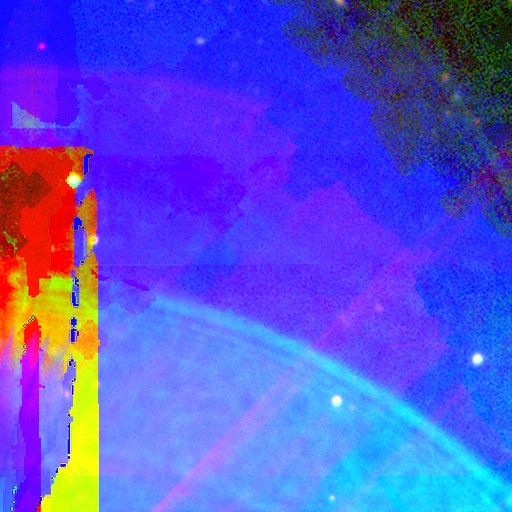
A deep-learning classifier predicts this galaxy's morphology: Smooth or featured?
  - star or artifact: 85% *
  - featured or disk: 9%
  - smooth: 6%